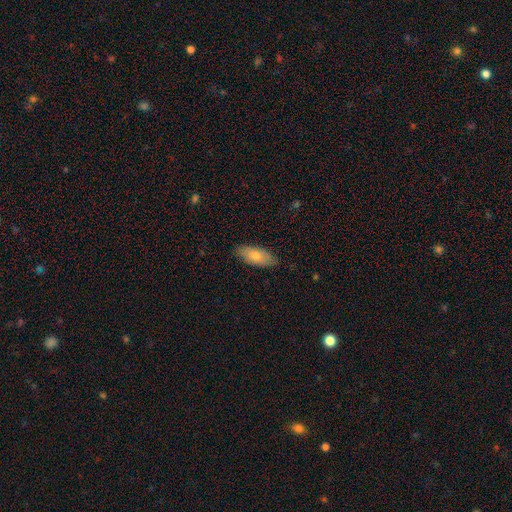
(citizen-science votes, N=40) Morphology: type=smooth (78%); roundness=in between (87%); merging=none (84%).